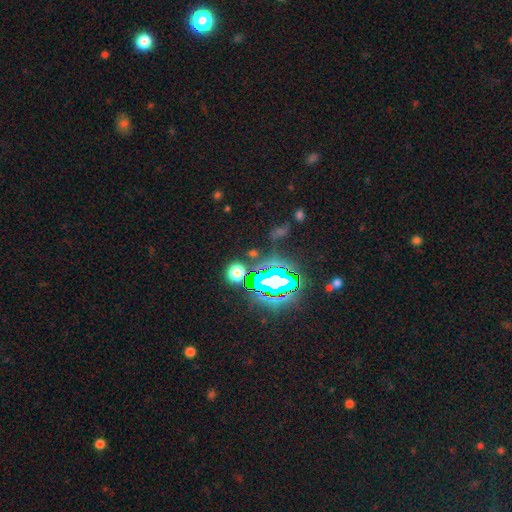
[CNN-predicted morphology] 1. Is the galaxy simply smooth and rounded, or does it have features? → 72% star or artifact, 18% smooth, 10% featured or disk.